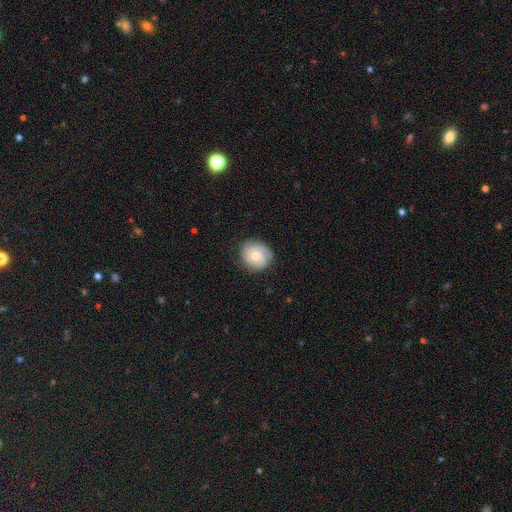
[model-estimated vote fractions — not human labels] Smooth or featured?
  - featured or disk: 62% *
  - smooth: 31%
  - star or artifact: 7%
Edge-on disk?
  - no: 97% *
  - yes: 3%
Bar?
  - no: 78% *
  - weak: 19%
  - strong: 3%
Spiral arms?
  - yes: 89% *
  - no: 11%
Spiral winding?
  - tight: 65% *
  - medium: 27%
  - loose: 8%
Spiral arm count?
  - 2: 31% *
  - can't tell: 27%
  - 3: 26%
  - 1: 9%
  - 4: 4%
  - more than 4: 3%
Bulge size?
  - moderate: 62% *
  - small: 34%
  - large: 2%
  - none: 1%
  - dominant: 1%
Merging?
  - none: 78% *
  - minor disturbance: 16%
  - major disturbance: 5%
  - merger: 1%